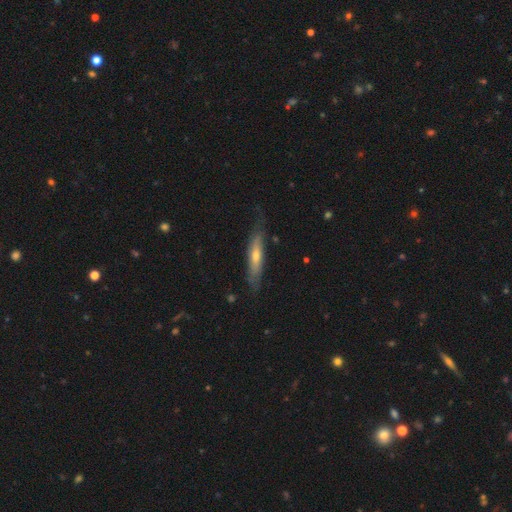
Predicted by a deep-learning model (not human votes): The model was most divided on "smooth or featured": featured or disk: 53%, smooth: 41%, star or artifact: 6%. More confident: edge-on disk — yes (72%); merging — none (72%).